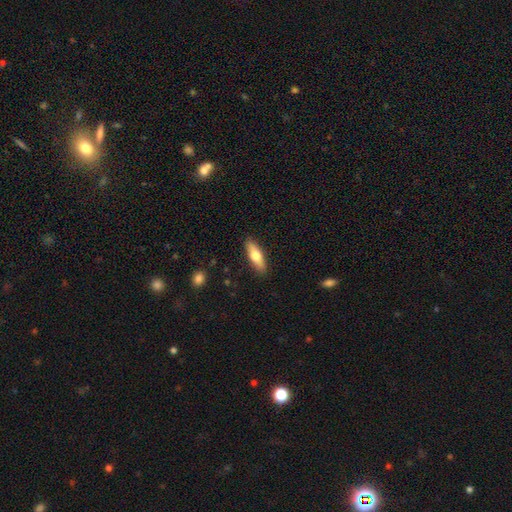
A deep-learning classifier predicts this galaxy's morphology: Smooth or featured? smooth (63%)
How rounded? cigar-shaped (54%)
Merging? none (89%)